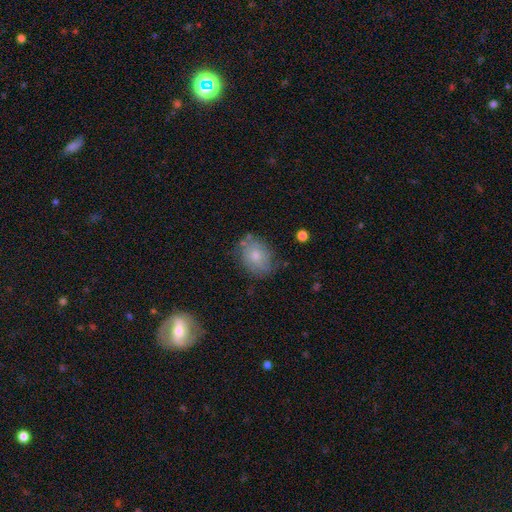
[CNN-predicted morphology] Q: Smooth or featured?
A: smooth (70%); runner-up: featured or disk (22%)
Q: How rounded?
A: in between (57%); runner-up: round (42%)
Q: Merging?
A: none (67%); runner-up: minor disturbance (23%)